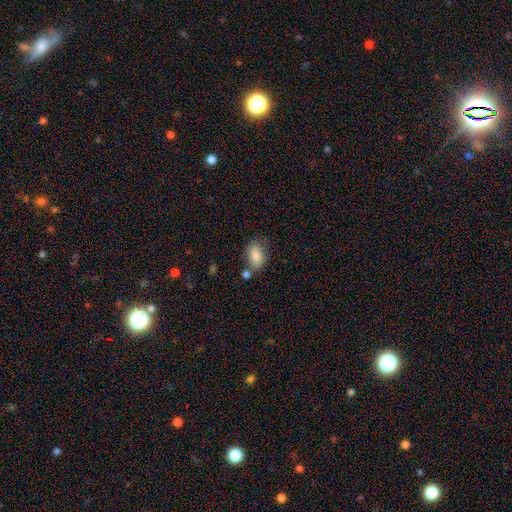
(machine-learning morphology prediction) type=smooth (80%); roundness=in between (86%); merging=none (62%).